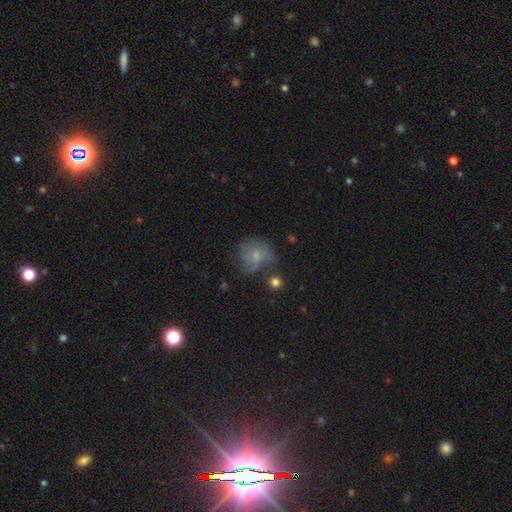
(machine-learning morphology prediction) A smooth galaxy with no disk features (46%). Merging: none (49%).